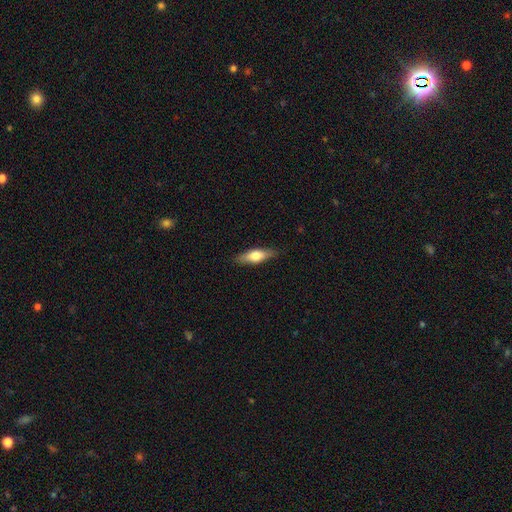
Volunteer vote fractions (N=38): This is likely a smooth galaxy (63%). How rounded: likely in between (75%). Merging: clearly none (84%).